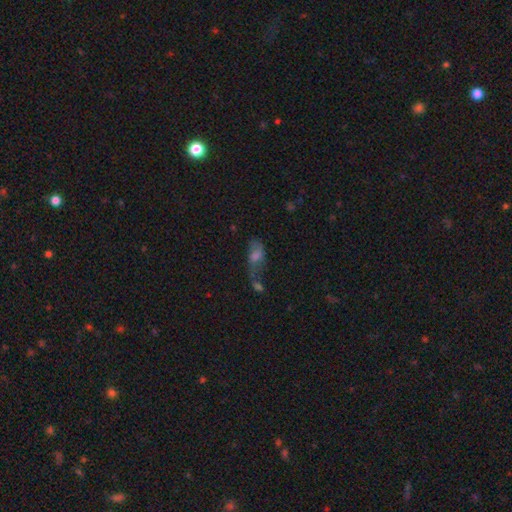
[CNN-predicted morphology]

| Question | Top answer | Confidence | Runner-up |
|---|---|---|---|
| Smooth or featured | smooth | 42% | featured or disk (38%) |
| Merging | merger | 35% | none (29%) |